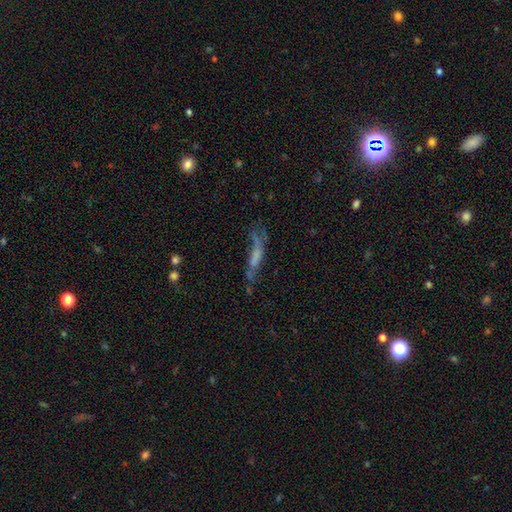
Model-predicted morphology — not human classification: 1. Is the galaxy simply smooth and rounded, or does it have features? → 47% featured or disk, 37% smooth, 16% star or artifact.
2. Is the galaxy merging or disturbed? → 38% none, 31% major disturbance, 22% minor disturbance, 9% merger.